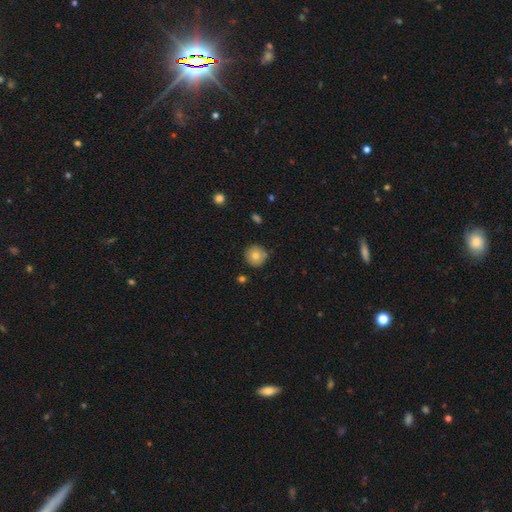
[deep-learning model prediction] A smooth galaxy with no disk features (77%) that is round (94%). Merging: none (84%).